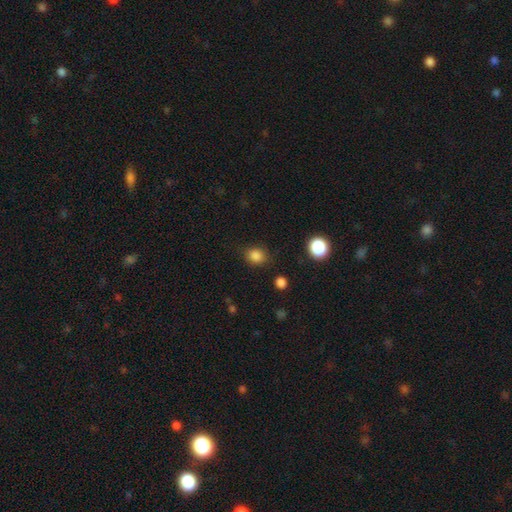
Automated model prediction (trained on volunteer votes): Morphology: type=smooth (84%); roundness=round (65%); merging=none (83%).